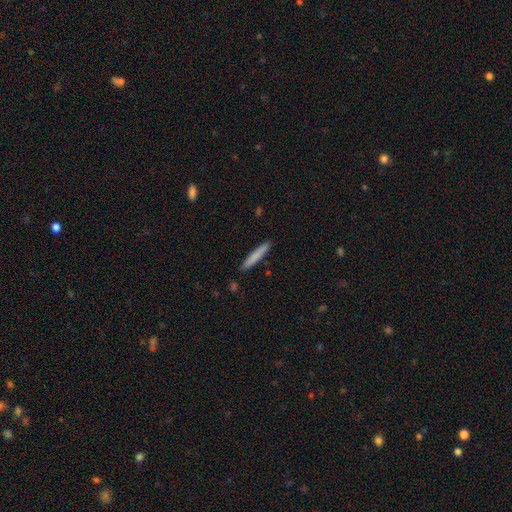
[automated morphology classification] smooth_or_featured: smooth (p=0.78) [alt: featured or disk p=0.16]
how_rounded: cigar-shaped (p=0.95) [alt: in between p=0.04]
merging: none (p=0.89) [alt: minor disturbance p=0.08]